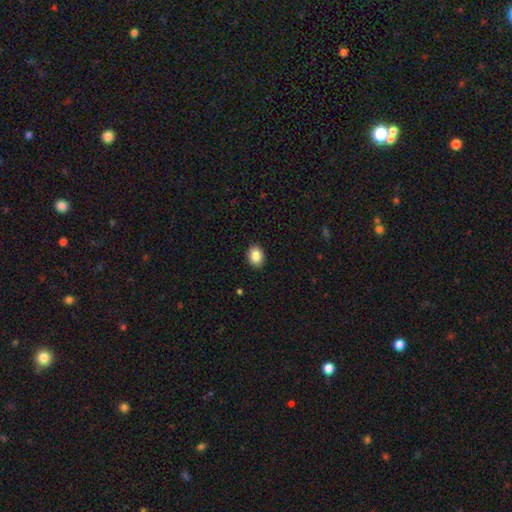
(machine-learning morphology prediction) A smooth galaxy with no disk features (86%) that is in between round and cigar-shaped (65%).

Vote fractions:
- Smooth or featured? smooth: 86% / star or artifact: 8% / featured or disk: 6%
- How rounded? in between: 65% / round: 34% / cigar-shaped: 1%
- Merging? none: 89% / minor disturbance: 8% / major disturbance: 2% / merger: 1%